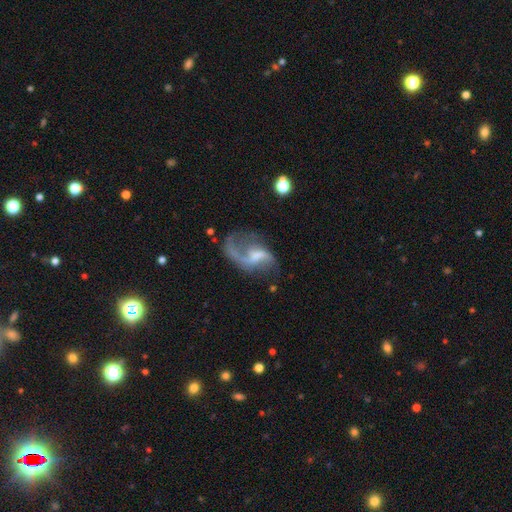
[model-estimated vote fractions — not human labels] This is clearly a featured or disk galaxy (81%). It is clearly not viewed edge-on (97%). Bar: possibly weak (51%). Spiral arm pattern: clearly yes (90%). Spiral arm count: likely 2 (64%). Spiral winding: likely loose (75%). Central bulge: marginally small (38%). Merging: marginally none (44%).